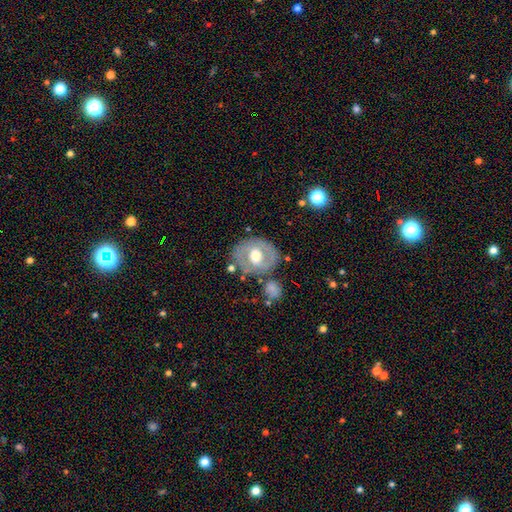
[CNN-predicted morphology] Overall: featured or disk (58%; smooth 36%). Edge-on disk: no (94%). Bar: no (56%; weak 32%). Spiral arms: no (63%; yes 37%). Bulge size: moderate (69%). Merging: none (71%).